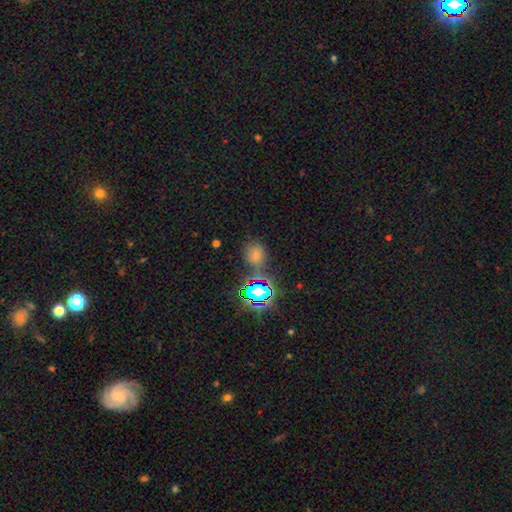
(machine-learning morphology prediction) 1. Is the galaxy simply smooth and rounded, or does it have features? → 59% smooth, 33% star or artifact, 8% featured or disk.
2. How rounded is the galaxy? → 59% round, 40% in between, 2% cigar-shaped.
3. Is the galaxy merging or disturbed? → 66% none, 18% minor disturbance, 8% merger, 7% major disturbance.